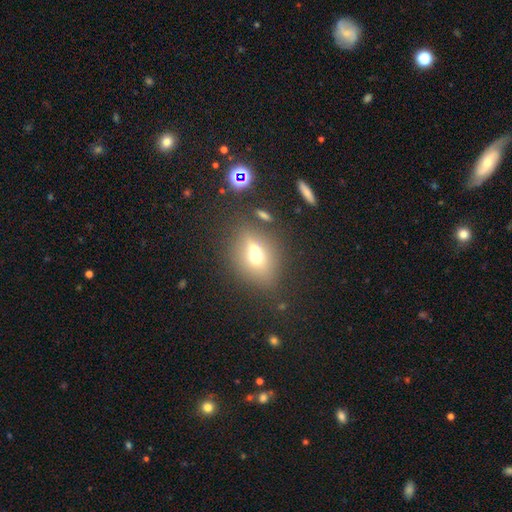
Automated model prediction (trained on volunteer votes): A smooth galaxy with no disk features (58%) that is round (50%). Merging: none (56%).